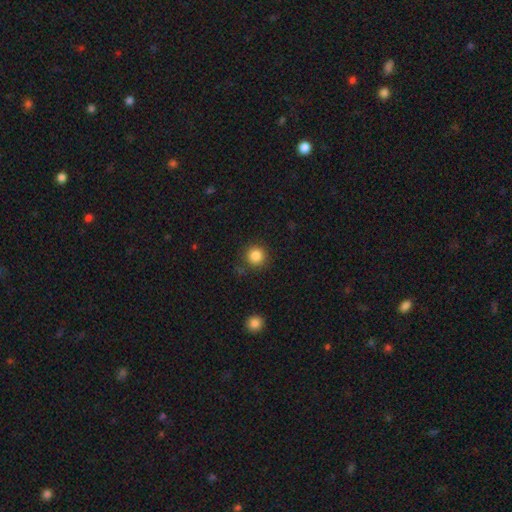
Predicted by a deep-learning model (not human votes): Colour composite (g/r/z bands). It shows a smooth galaxy with no disk features (85%) that is round (94%). Merging: none (85%).